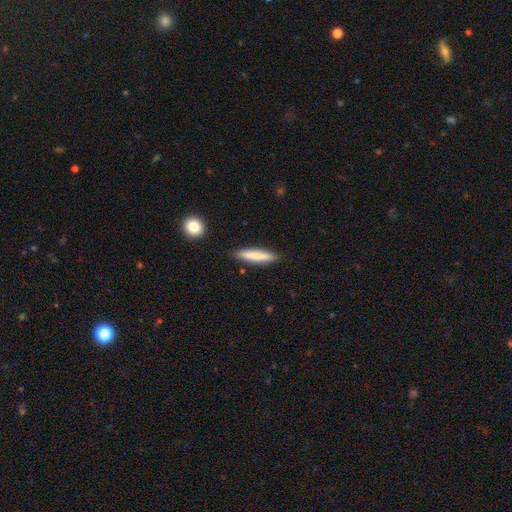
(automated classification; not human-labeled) smooth 80%, featured or disk 14%, star or artifact 6%. Down the decision tree: how rounded — cigar-shaped (88%); merging — none (87%).